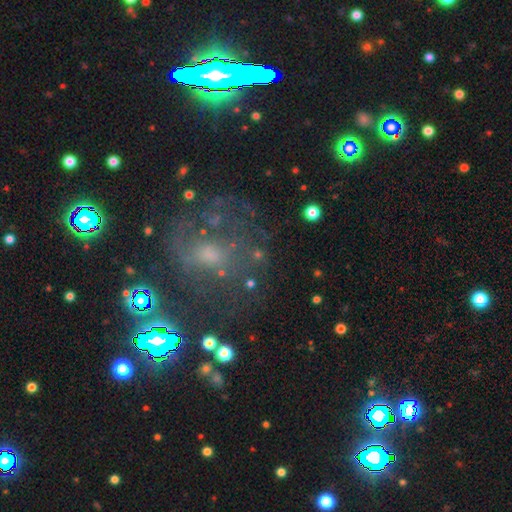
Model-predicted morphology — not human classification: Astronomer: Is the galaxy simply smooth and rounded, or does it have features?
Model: featured or disk — 43% (runner-up: star or artifact, 29%).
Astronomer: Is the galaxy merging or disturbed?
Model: none — 54%.